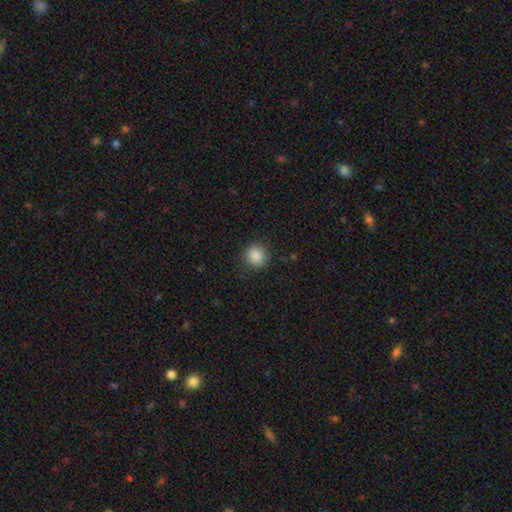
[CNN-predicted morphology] This is clearly a smooth galaxy (87%). How rounded: clearly round (90%). Merging: clearly none (88%).